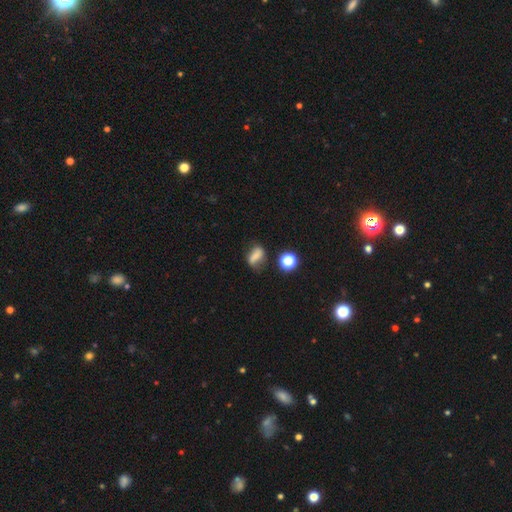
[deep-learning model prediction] Morphology: type=smooth (57%); roundness=in between (68%); merging=none (52%).